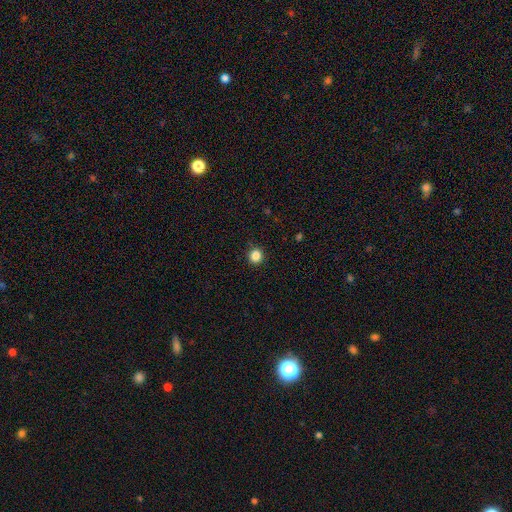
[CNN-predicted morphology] Overall: smooth (85%). How rounded: round (91%). Merging: none (90%).